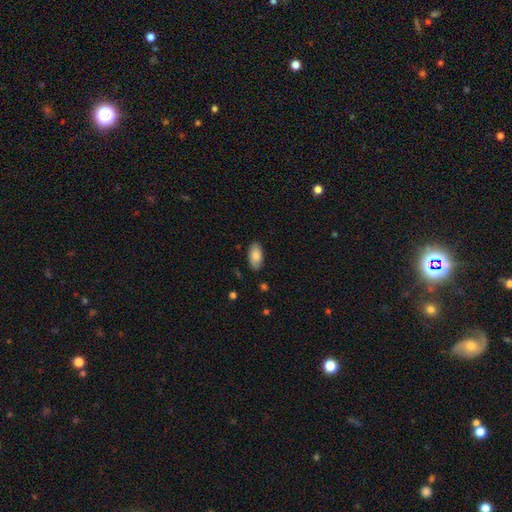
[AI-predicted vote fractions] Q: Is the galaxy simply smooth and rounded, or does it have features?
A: smooth — 84%.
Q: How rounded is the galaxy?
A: in between — 94%.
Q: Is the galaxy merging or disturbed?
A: none — 86%.